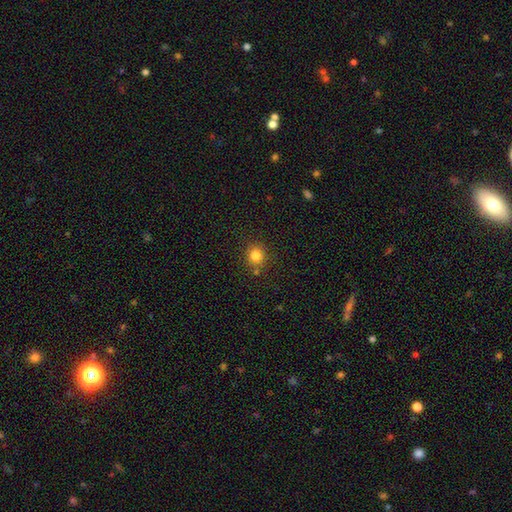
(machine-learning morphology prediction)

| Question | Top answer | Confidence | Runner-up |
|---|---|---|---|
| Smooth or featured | smooth | 82% | star or artifact (12%) |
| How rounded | round | 85% | in between (14%) |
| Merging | none | 82% | minor disturbance (9%) |